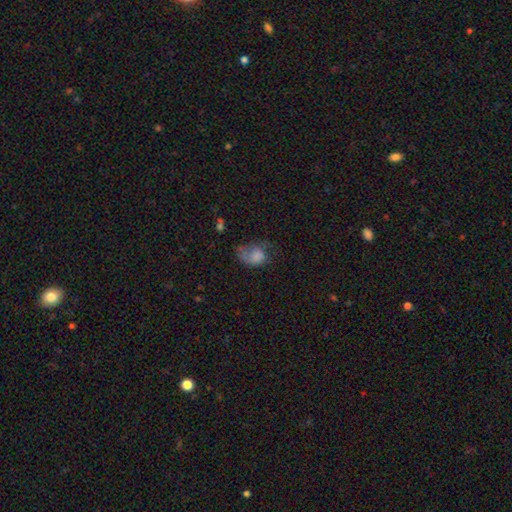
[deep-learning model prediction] The model was most divided on "merging": major disturbance: 42%, minor disturbance: 29%, none: 26%, merger: 4%. More confident: how rounded — in between (67%); smooth or featured — smooth (67%).